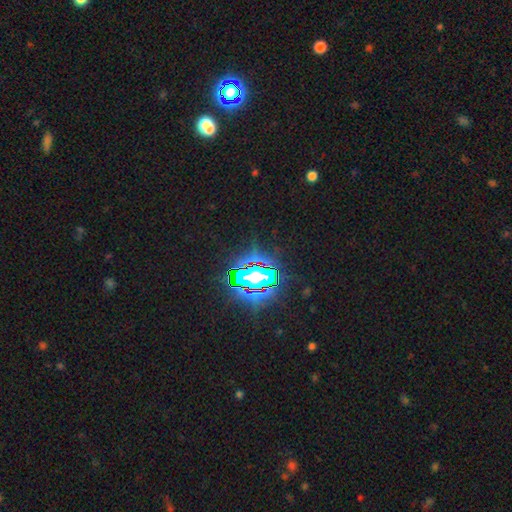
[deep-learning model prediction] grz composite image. It shows a star or artifact, not a galaxy (80%).